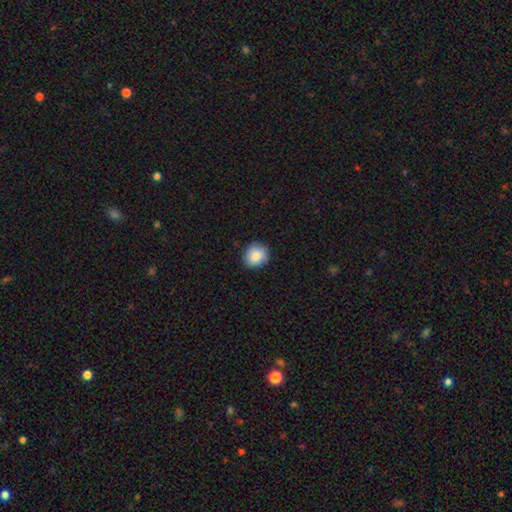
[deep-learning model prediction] A smooth galaxy with no disk features (86%) that is round (81%).

Vote fractions:
- Smooth or featured? smooth: 86% / star or artifact: 7% / featured or disk: 7%
- How rounded? round: 81% / in between: 18% / cigar-shaped: 1%
- Merging? none: 87% / minor disturbance: 10% / major disturbance: 2% / merger: 1%